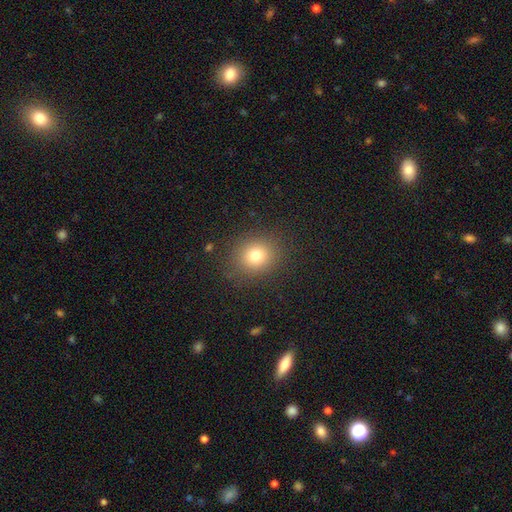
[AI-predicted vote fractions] This is likely a smooth galaxy (76%). How rounded: likely round (77%). Merging: clearly none (87%).